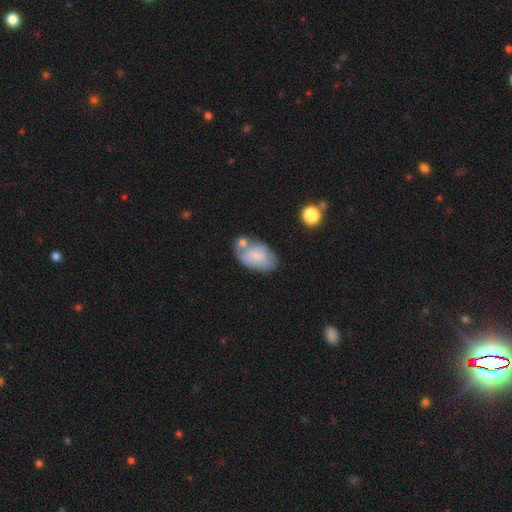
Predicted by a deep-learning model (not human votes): This is likely a smooth galaxy (62%). How rounded: clearly in between (92%). Merging: marginally none (42%).